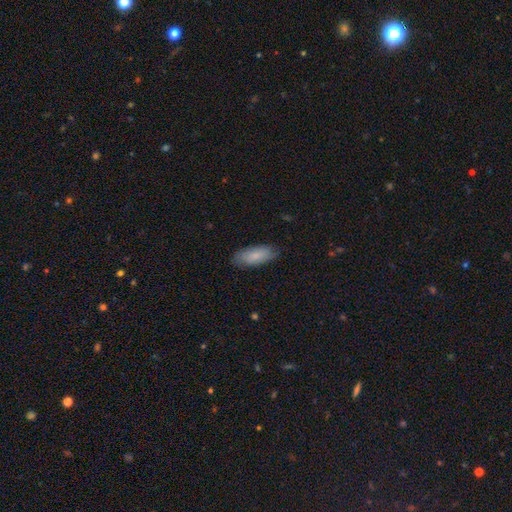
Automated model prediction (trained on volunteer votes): smooth 82%, featured or disk 12%, star or artifact 5%. Down the decision tree: how rounded — in between (77%); merging — none (83%).